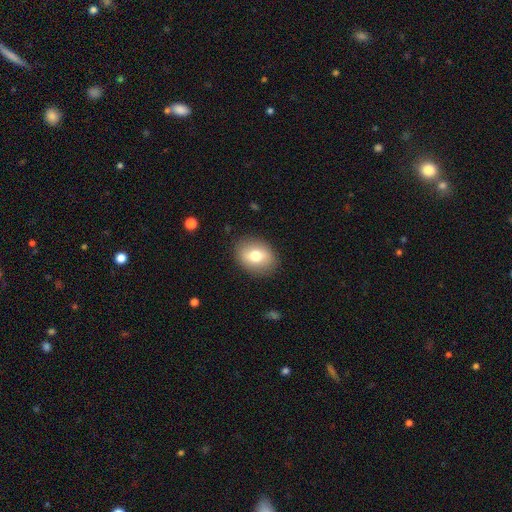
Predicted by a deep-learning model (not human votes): A smooth galaxy with no disk features (73%) that is in between round and cigar-shaped (60%). Merging: none (88%).